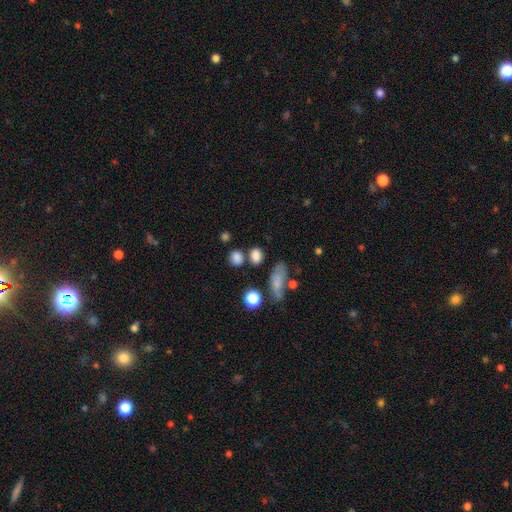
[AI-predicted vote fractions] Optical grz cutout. It shows a smooth galaxy with no disk features (82%) that is round (50%). Merging: none (66%).